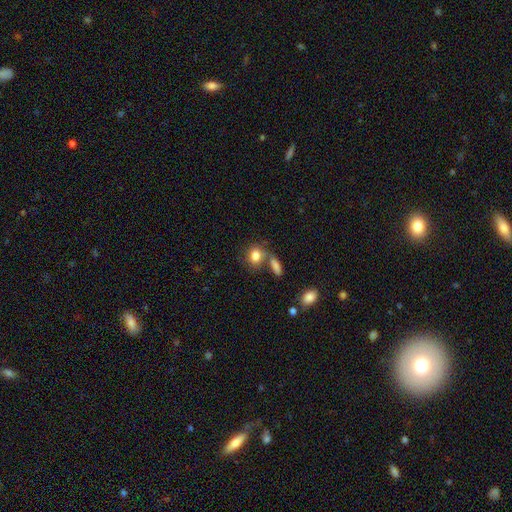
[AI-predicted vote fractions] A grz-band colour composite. It shows a smooth galaxy with no disk features (83%) that is in between round and cigar-shaped (51%). Merging: none (54%).